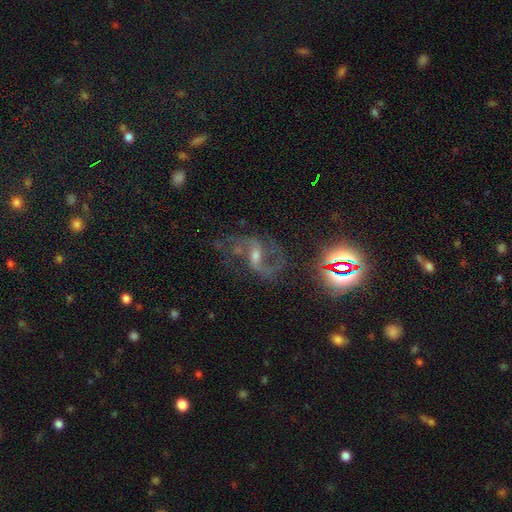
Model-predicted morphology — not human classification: Smooth or featured? Predicted: featured or disk (p=0.80). Edge-on disk? Predicted: no (p=0.97). Bar? Predicted: weak (p=0.47). Spiral arms? Predicted: yes (p=0.94). Spiral winding? Predicted: loose (p=0.55). Spiral arm count? Predicted: 2 (p=0.88). Bulge size? Predicted: small (p=0.46). Merging? Predicted: none (p=0.63).